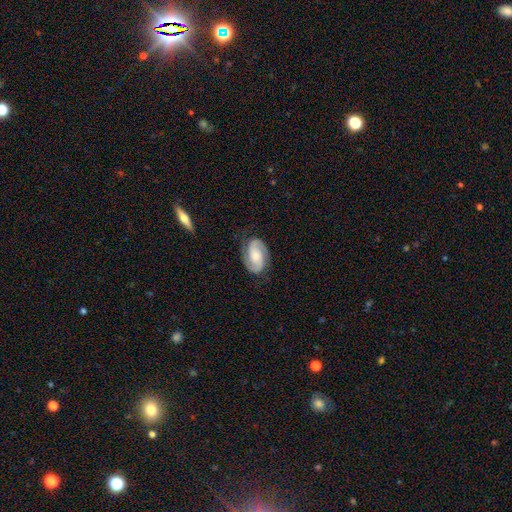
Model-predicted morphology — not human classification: Overall: featured or disk (85%). Edge-on disk: no (98%). Bar: no (53%; weak 34%). Spiral arms: yes (97%). Spiral arm count: 2 (93%). Spiral winding: medium (49%; tight 35%). Bulge size: moderate (45%; small 31%). Merging: none (80%).